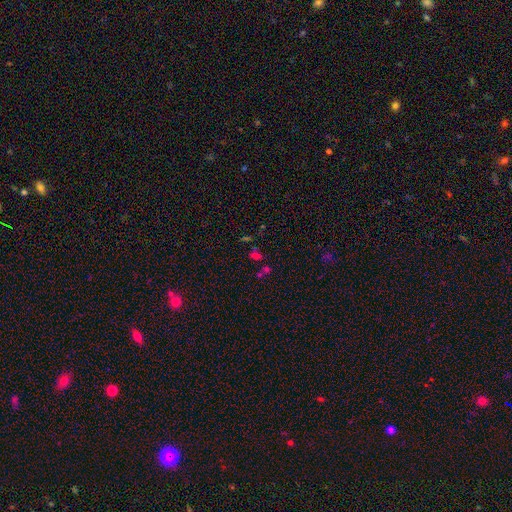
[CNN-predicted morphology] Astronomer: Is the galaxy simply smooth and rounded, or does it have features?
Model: star or artifact — 46% (runner-up: smooth, 41%).